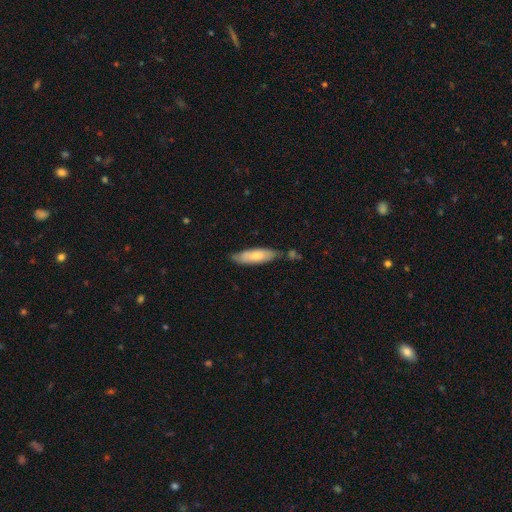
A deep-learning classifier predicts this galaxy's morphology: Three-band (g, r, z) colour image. It shows a smooth galaxy with no disk features (68%) that is cigar-shaped (53%). Merging: none (67%).